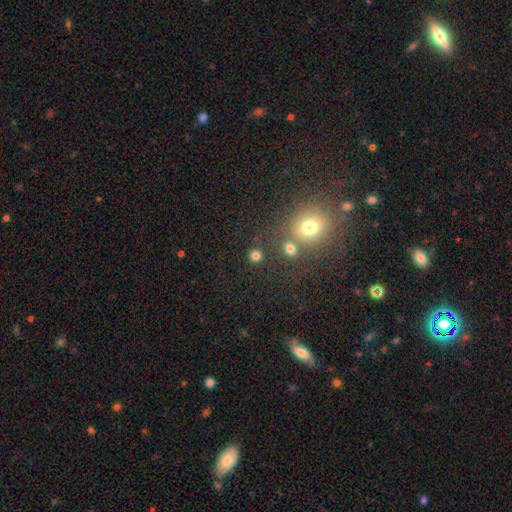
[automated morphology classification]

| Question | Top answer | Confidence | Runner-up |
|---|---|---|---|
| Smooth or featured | smooth | 78% | star or artifact (17%) |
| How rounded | round | 89% | in between (10%) |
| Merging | none | 79% | merger (11%) |